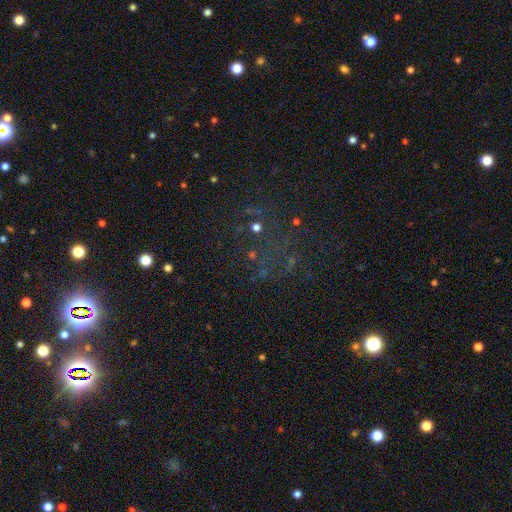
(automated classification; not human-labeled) Morphology: type=star or artifact (59%).